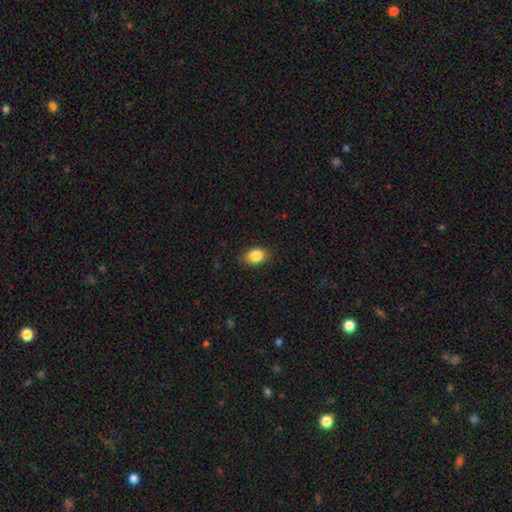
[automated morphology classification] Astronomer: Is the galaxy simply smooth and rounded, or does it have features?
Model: smooth — 86%.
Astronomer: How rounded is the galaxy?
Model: in between — 82%.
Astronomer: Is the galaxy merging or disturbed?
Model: none — 85%.